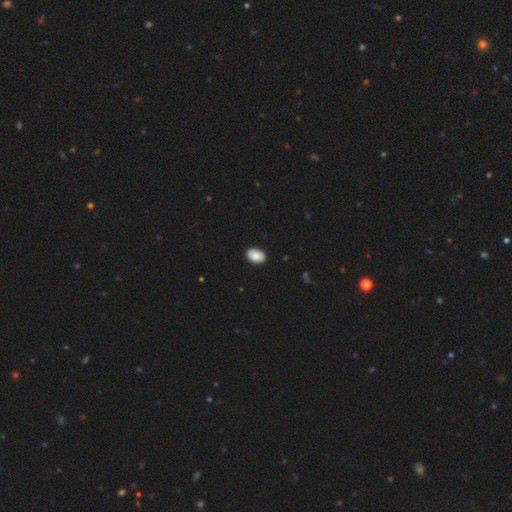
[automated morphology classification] Smooth or featured?
  - smooth: 86% *
  - featured or disk: 8%
  - star or artifact: 7%
How rounded?
  - in between: 88% *
  - round: 11%
  - cigar-shaped: 1%
Merging?
  - none: 88% *
  - minor disturbance: 9%
  - major disturbance: 2%
  - merger: 1%